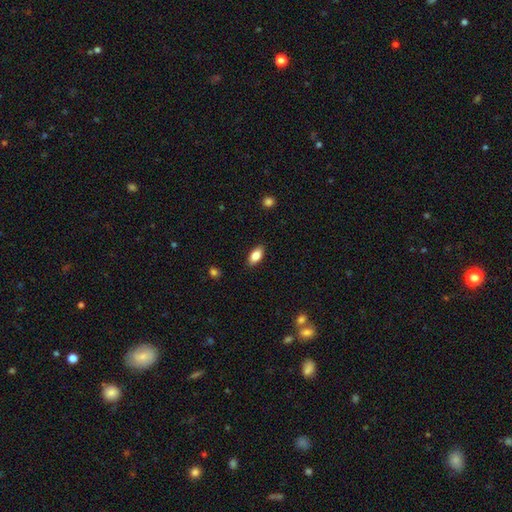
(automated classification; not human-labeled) Smooth or featured: smooth — 83% (featured or disk — 9%)
How rounded: in between — 89% (cigar-shaped — 7%)
Merging: none — 87% (minor disturbance — 10%)